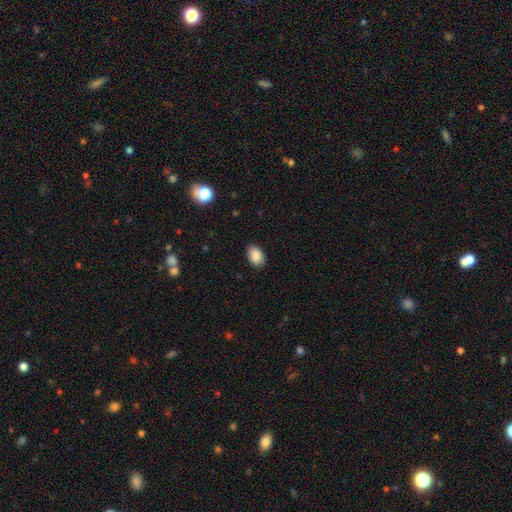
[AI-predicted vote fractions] A smooth galaxy with no disk features (89%) that is in between round and cigar-shaped (90%). Merging: none (87%).